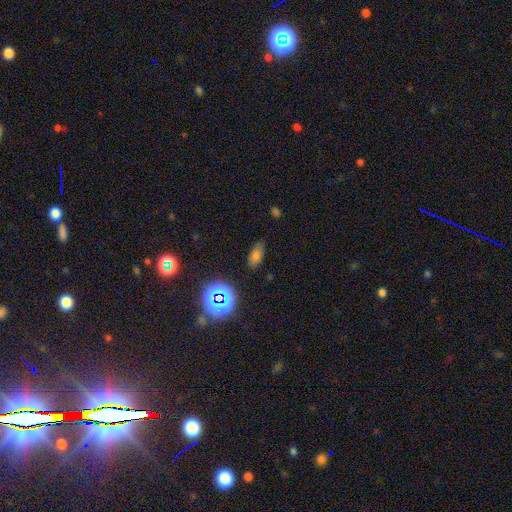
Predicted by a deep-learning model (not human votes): This is likely a smooth galaxy (65%). How rounded: clearly in between (84%). Merging: clearly none (82%).